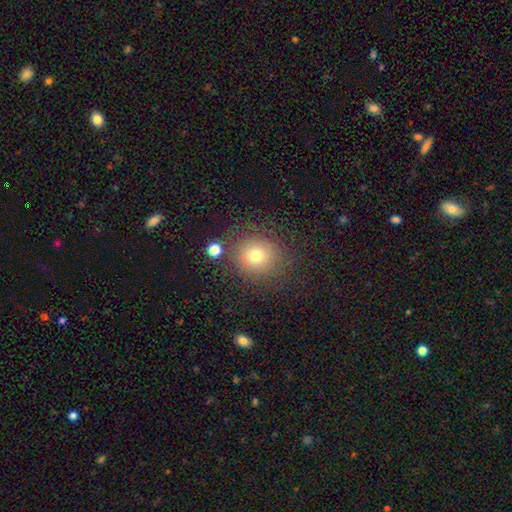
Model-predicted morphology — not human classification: Overall: smooth (73%). How rounded: round (88%). Merging: none (77%).